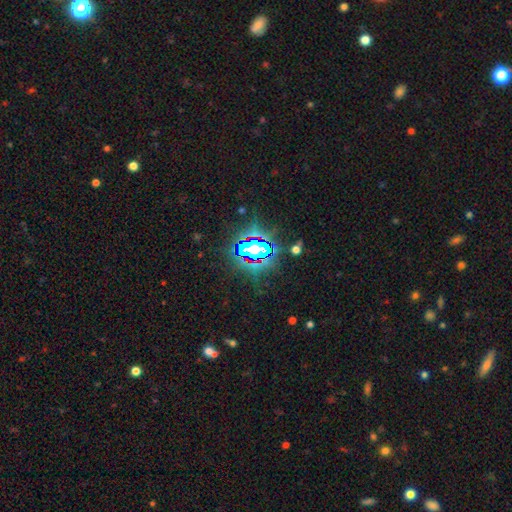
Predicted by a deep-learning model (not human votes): smooth-or-featured: star or artifact: 70% | smooth: 18% | featured or disk: 13%